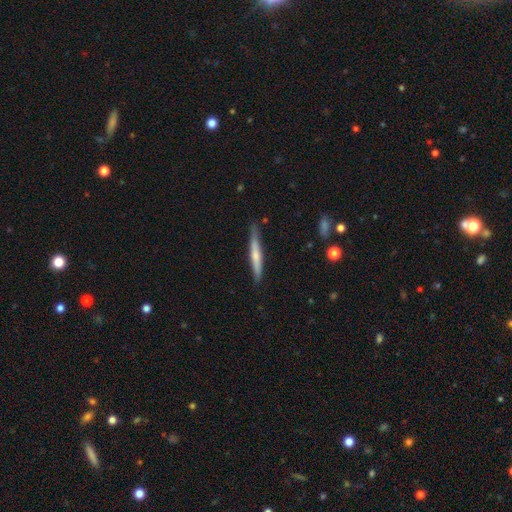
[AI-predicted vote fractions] smooth_or_featured: smooth (p=0.51) [alt: featured or disk p=0.43]
how_rounded: cigar-shaped (p=0.95) [alt: in between p=0.04]
merging: none (p=0.83) [alt: minor disturbance p=0.14]